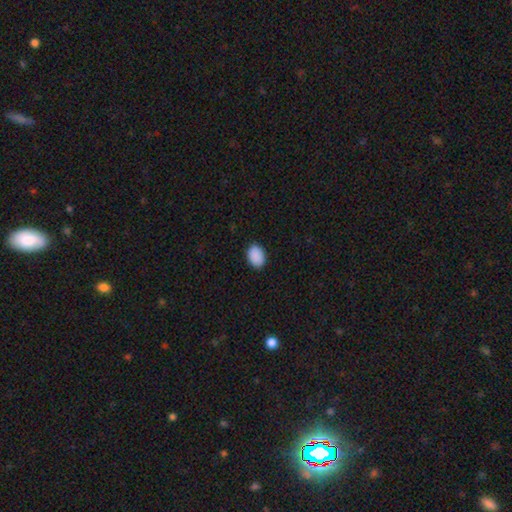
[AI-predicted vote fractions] smooth 90%, star or artifact 7%, featured or disk 2%. Down the decision tree: how rounded — in between (77%); merging — none (89%).